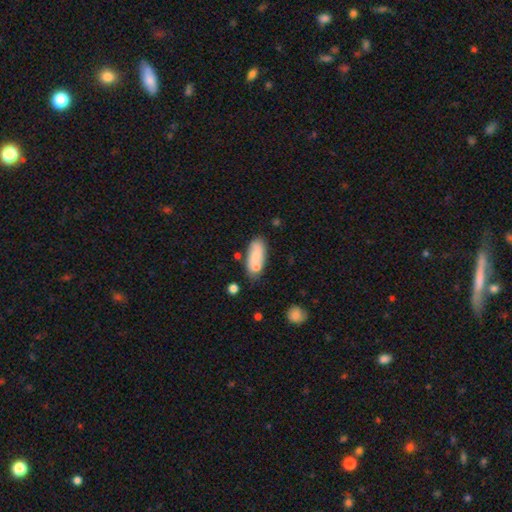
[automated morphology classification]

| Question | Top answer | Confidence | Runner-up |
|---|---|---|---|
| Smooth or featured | smooth | 73% | featured or disk (20%) |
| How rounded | in between | 82% | cigar-shaped (15%) |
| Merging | none | 56% | merger (20%) |